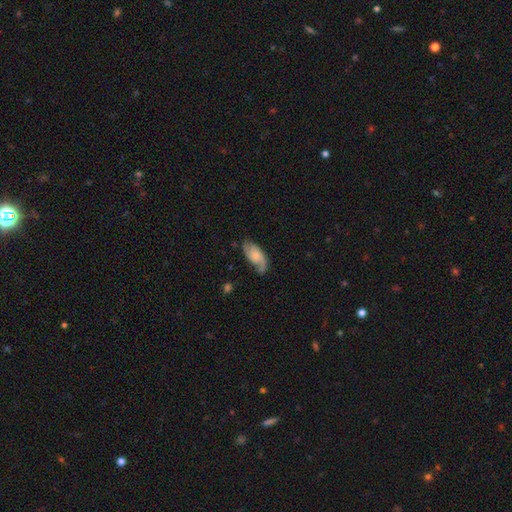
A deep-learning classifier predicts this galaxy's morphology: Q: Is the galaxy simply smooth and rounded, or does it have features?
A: featured or disk — 61%.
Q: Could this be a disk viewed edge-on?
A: no — 94%.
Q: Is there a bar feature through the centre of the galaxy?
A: no — 70%.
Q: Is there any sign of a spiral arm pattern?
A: yes — 90%.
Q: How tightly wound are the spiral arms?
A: medium — 41%.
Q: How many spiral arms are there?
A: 2 — 68%.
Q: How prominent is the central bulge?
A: small — 52%.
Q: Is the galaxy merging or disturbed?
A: none — 62%.